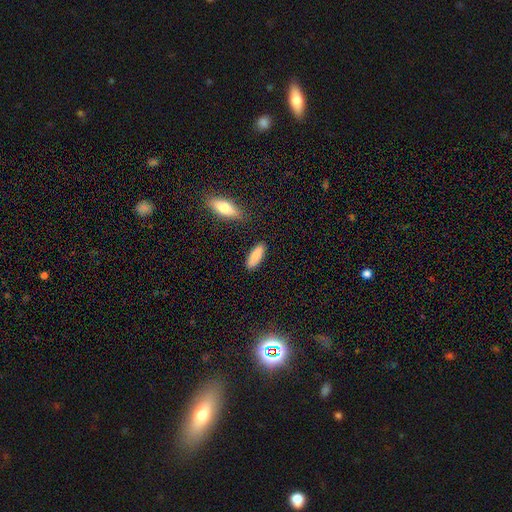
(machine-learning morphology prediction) Smooth or featured: smooth — 85% (featured or disk — 9%)
How rounded: in between — 66% (cigar-shaped — 33%)
Merging: none — 86% (minor disturbance — 10%)